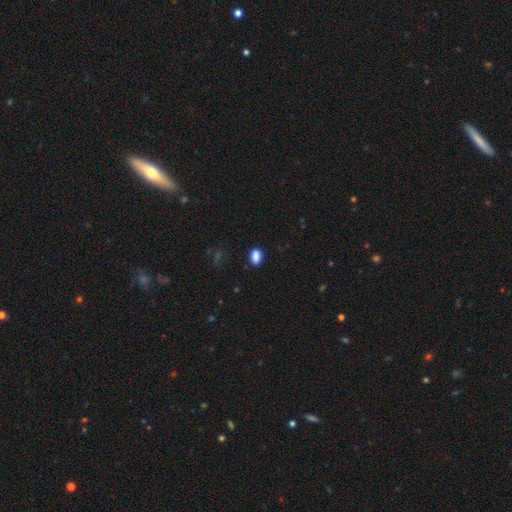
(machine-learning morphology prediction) Smooth or featured?
  - smooth: 86% *
  - star or artifact: 10%
  - featured or disk: 4%
How rounded?
  - in between: 86% *
  - round: 12%
  - cigar-shaped: 3%
Merging?
  - none: 83% *
  - minor disturbance: 13%
  - major disturbance: 3%
  - merger: 2%